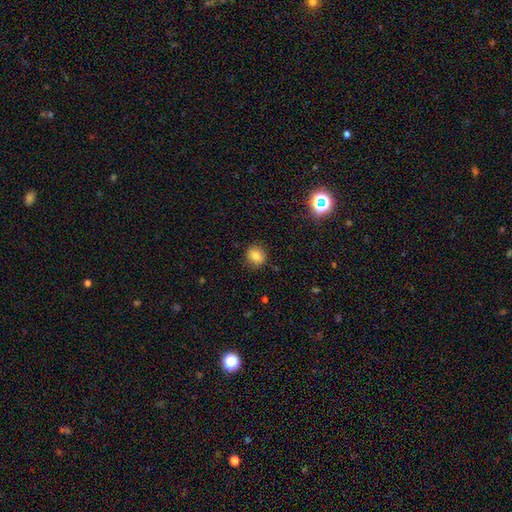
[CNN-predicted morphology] Smooth or featured?
  - smooth: 80% *
  - star or artifact: 12%
  - featured or disk: 8%
How rounded?
  - round: 70% *
  - in between: 29%
  - cigar-shaped: 1%
Merging?
  - none: 85% *
  - minor disturbance: 11%
  - major disturbance: 3%
  - merger: 1%